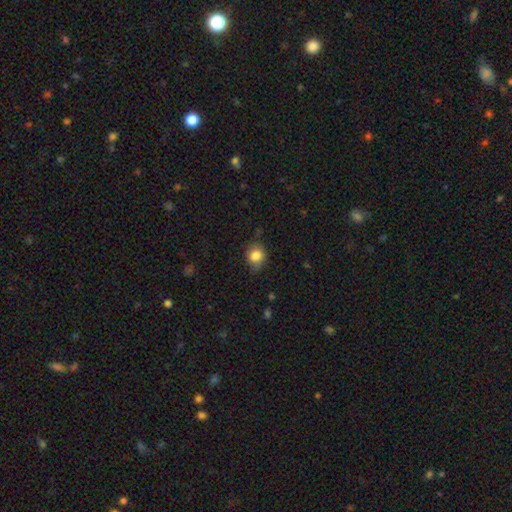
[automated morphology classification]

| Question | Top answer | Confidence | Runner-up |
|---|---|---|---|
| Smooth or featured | smooth | 83% | star or artifact (9%) |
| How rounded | round | 66% | in between (33%) |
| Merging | none | 71% | minor disturbance (23%) |